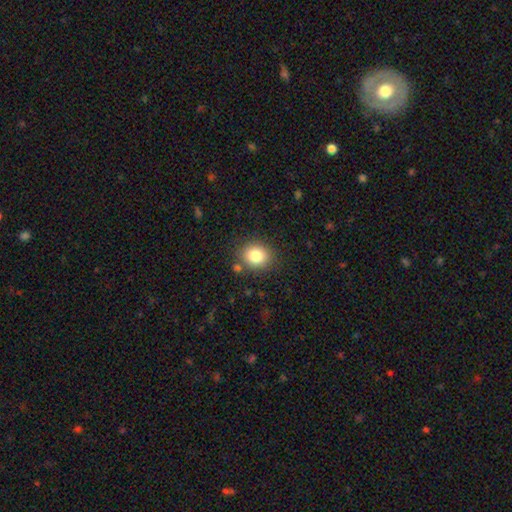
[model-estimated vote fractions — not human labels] A smooth galaxy with no disk features (82%) that is round (70%).

Vote fractions:
- Smooth or featured? smooth: 82% / star or artifact: 10% / featured or disk: 8%
- How rounded? round: 70% / in between: 29% / cigar-shaped: 1%
- Merging? none: 84% / minor disturbance: 9% / merger: 4% / major disturbance: 3%